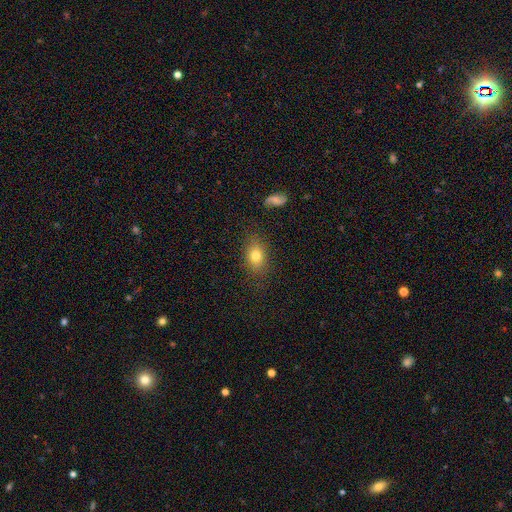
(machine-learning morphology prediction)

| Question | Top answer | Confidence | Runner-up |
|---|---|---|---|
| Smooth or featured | smooth | 78% | featured or disk (12%) |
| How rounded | in between | 76% | round (22%) |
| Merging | none | 79% | minor disturbance (14%) |